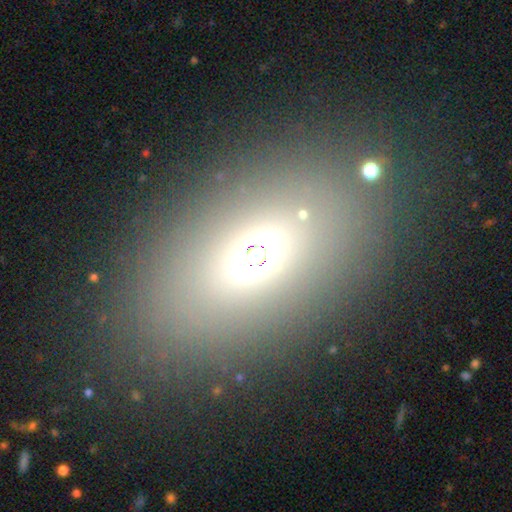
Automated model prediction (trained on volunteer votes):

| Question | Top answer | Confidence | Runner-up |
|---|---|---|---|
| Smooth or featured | smooth | 55% | star or artifact (26%) |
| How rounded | in between | 81% | round (14%) |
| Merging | none | 81% | minor disturbance (10%) |